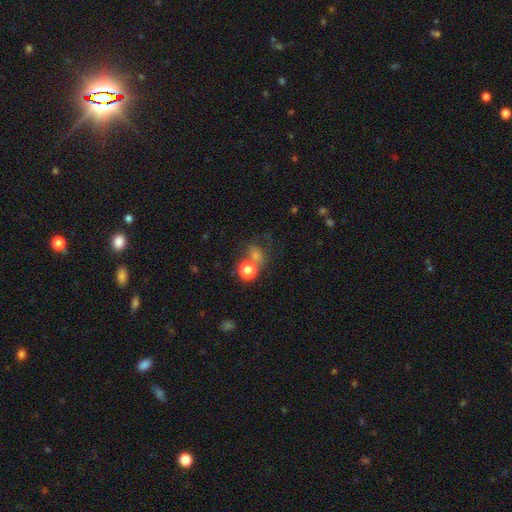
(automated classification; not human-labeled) Smooth or featured? Predicted: smooth (p=0.58). How rounded? Predicted: round (p=0.70). Merging? Predicted: none (p=0.52).